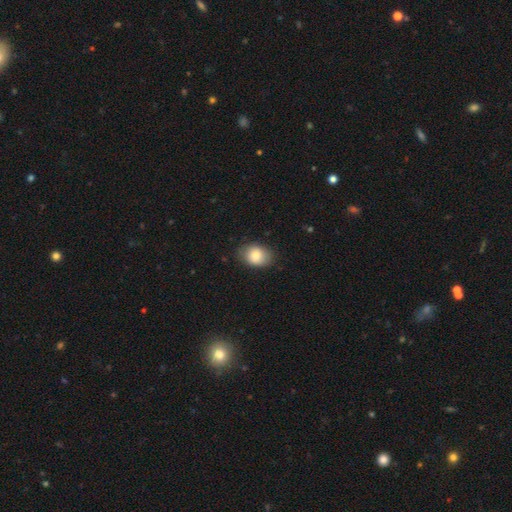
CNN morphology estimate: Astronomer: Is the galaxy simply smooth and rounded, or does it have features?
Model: smooth — 81%.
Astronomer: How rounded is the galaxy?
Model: in between — 67%.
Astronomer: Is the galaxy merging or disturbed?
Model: none — 81%.